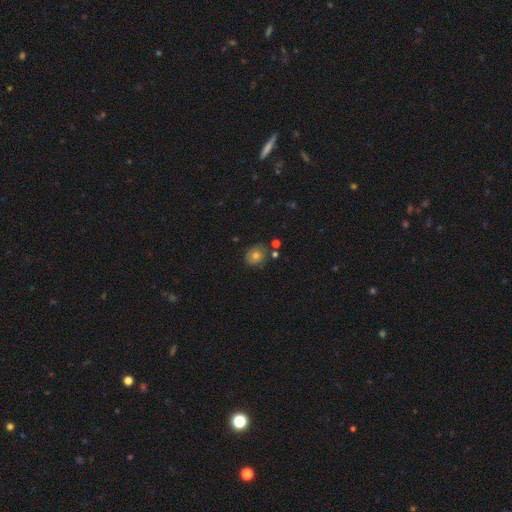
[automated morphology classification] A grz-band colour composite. It shows a smooth galaxy with no disk features (72%) that is round (58%). Merging: none (73%).